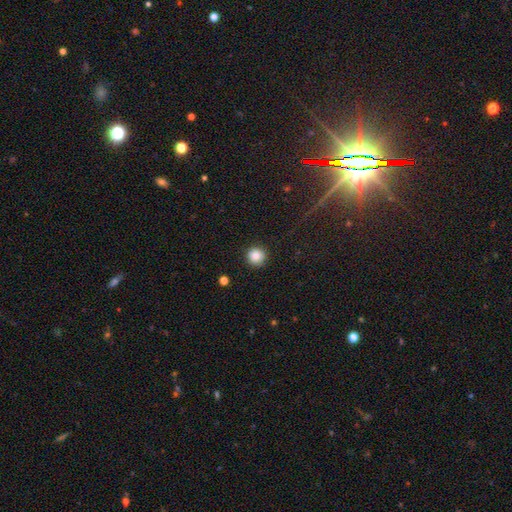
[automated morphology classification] A smooth galaxy with no disk features (84%) that is round (95%). Merging: none (91%).